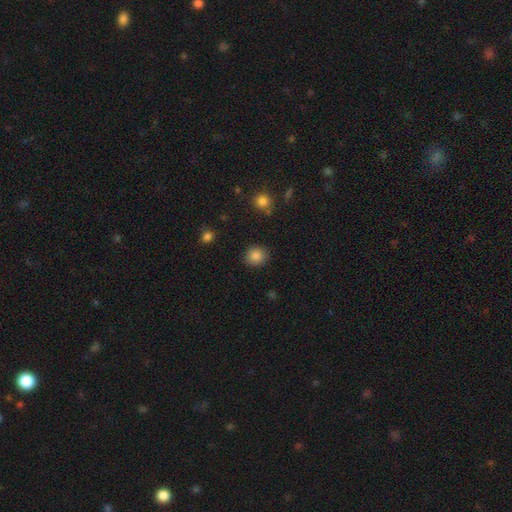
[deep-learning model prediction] The model was most divided on "how rounded": round: 85%, in between: 14%, cigar-shaped: 1%. More confident: merging — none (88%); smooth or featured — smooth (86%).